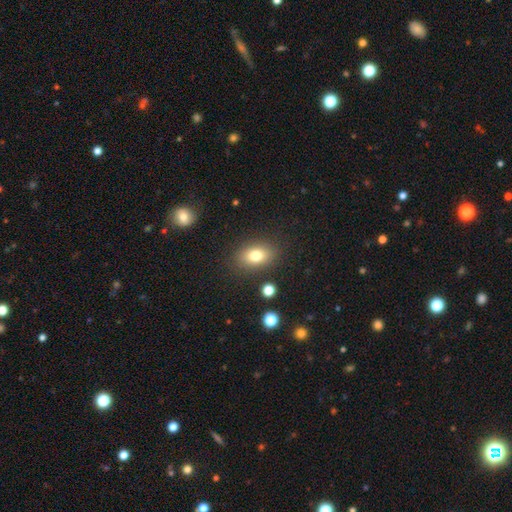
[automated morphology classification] Q: Smooth or featured?
A: smooth (77%); runner-up: featured or disk (12%)
Q: How rounded?
A: in between (78%); runner-up: round (20%)
Q: Merging?
A: none (85%); runner-up: minor disturbance (10%)